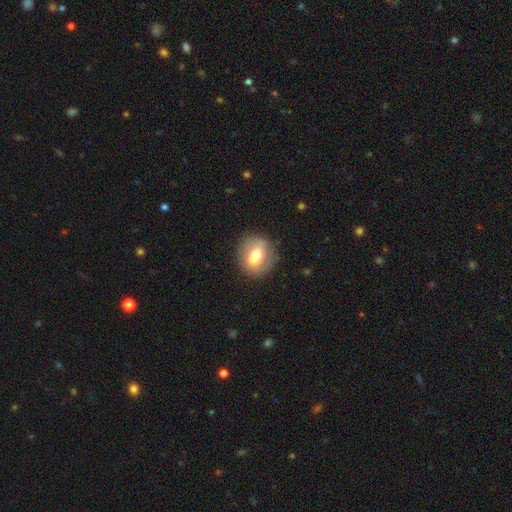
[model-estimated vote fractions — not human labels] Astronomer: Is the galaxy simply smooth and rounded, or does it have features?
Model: smooth — 52% (runner-up: featured or disk, 40%).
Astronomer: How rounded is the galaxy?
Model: round — 76%.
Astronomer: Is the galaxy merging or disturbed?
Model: none — 74%.